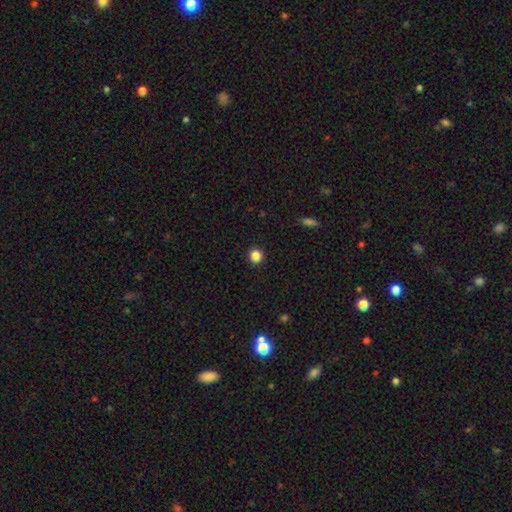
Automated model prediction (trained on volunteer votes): Smooth or featured? smooth (85%)
How rounded? round (93%)
Merging? none (93%)